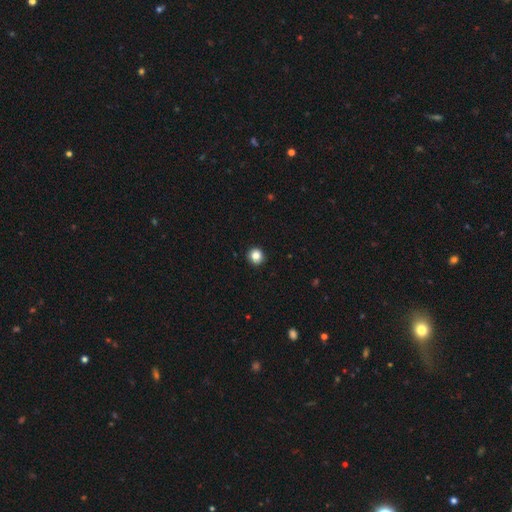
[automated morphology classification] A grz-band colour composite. It shows a smooth galaxy with no disk features (85%) that is round (93%). Merging: none (93%).